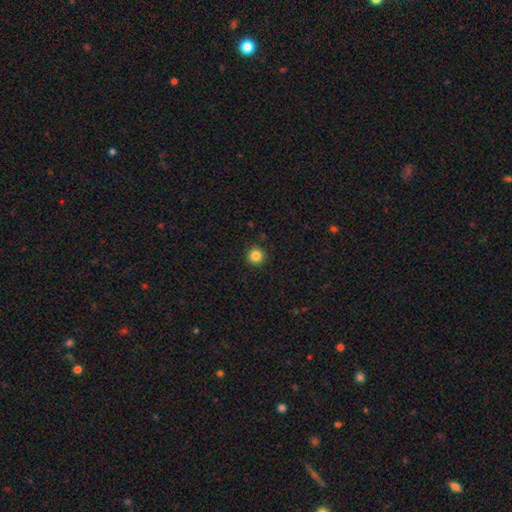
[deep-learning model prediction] This appears to be a smooth galaxy with no disk features (85%) that is round (95%). Merging: none (92%).